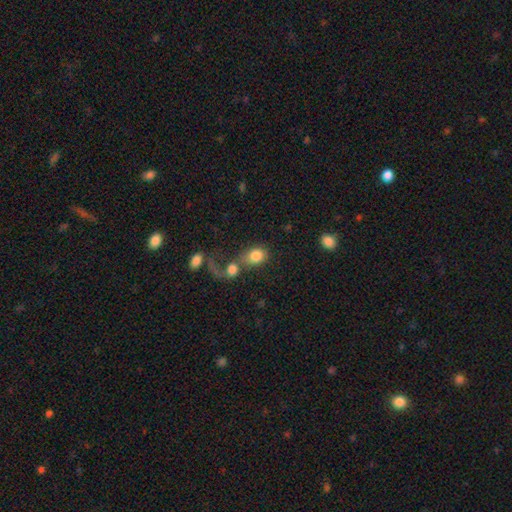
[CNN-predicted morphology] Q: Smooth or featured?
A: smooth (78%); runner-up: featured or disk (13%)
Q: How rounded?
A: in between (56%); runner-up: round (42%)
Q: Merging?
A: merger (56%); runner-up: none (23%)